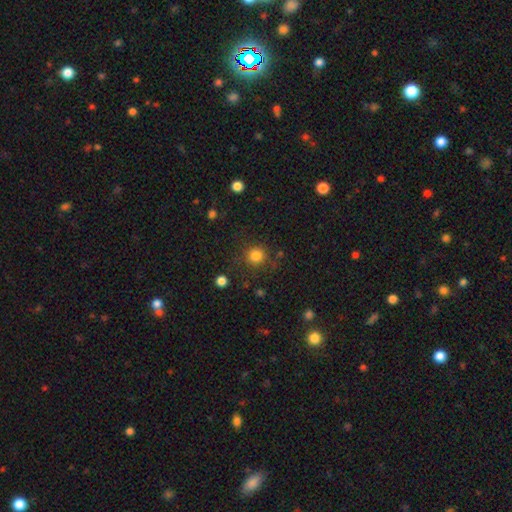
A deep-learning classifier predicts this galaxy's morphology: The model was most divided on "smooth or featured": smooth: 82%, star or artifact: 13%, featured or disk: 5%. More confident: how rounded — round (92%); merging — none (84%).